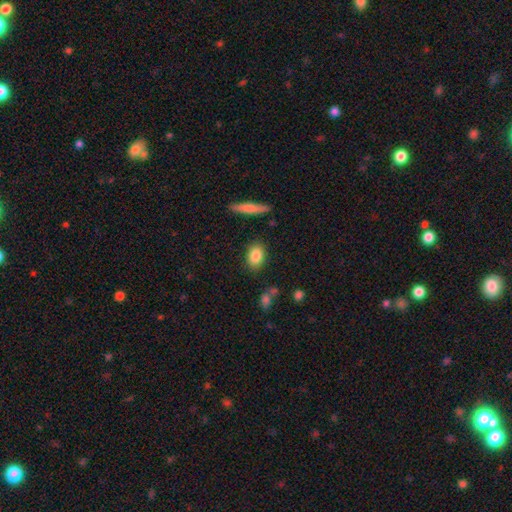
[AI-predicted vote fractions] smooth 85%, featured or disk 8%, star or artifact 7%. Down the decision tree: how rounded — in between (81%); merging — none (85%).